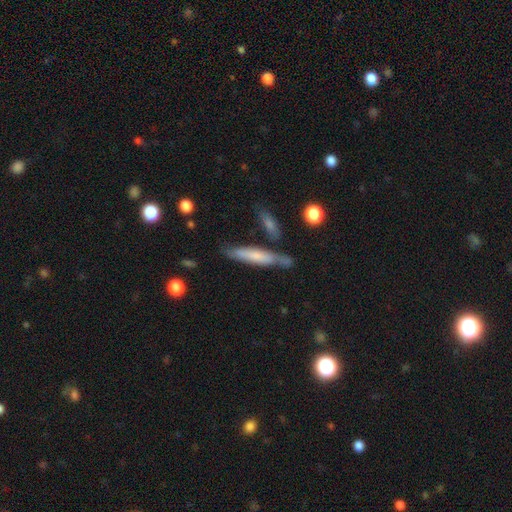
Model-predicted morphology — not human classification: This is possibly a smooth galaxy (57%). How rounded: clearly cigar-shaped (87%). Merging: likely none (65%).